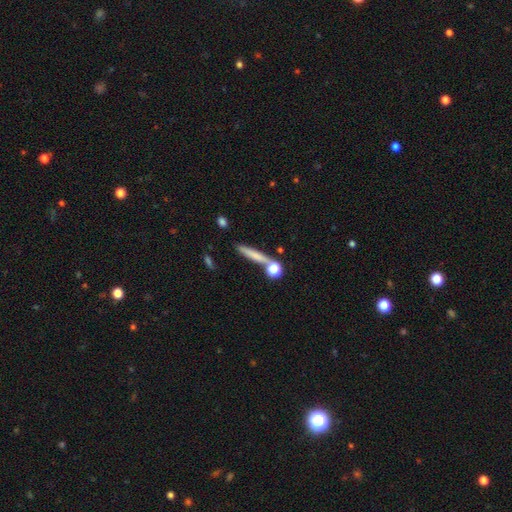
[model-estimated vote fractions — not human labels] smooth_or_featured: smooth (p=0.66) [alt: featured or disk p=0.25]
how_rounded: cigar-shaped (p=0.85) [alt: in between p=0.09]
merging: none (p=0.70) [alt: merger p=0.14]